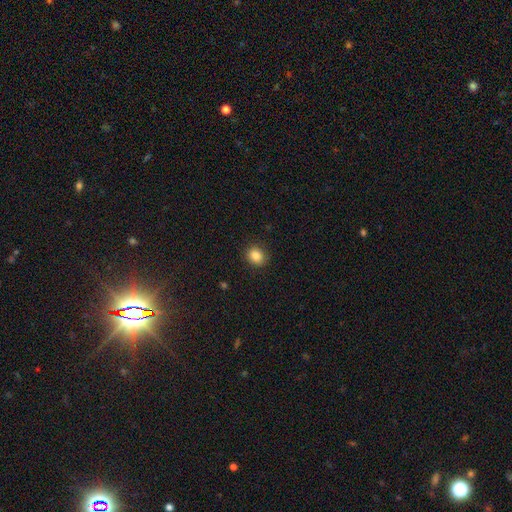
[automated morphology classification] This appears to be a smooth galaxy with no disk features (85%) that is round (70%). Merging: none (88%).